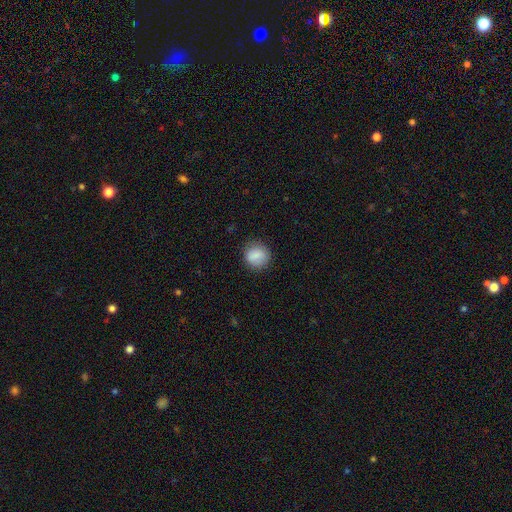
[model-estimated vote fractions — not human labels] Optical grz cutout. It shows a smooth galaxy with no disk features (84%) that is round (82%). Merging: none (83%).